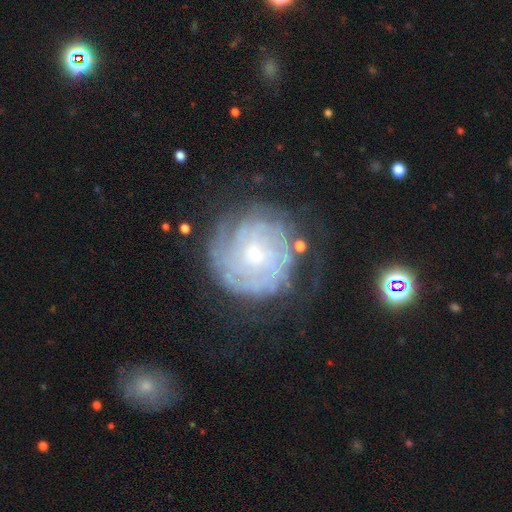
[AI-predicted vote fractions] This is likely a featured or disk galaxy (78%). It is clearly not viewed edge-on (97%). Bar: likely no (73%). Spiral arm pattern: clearly yes (90%). Spiral arm count: possibly can't tell (48%). Spiral winding: likely tight (76%). Central bulge: likely small (78%). Merging: likely none (68%).